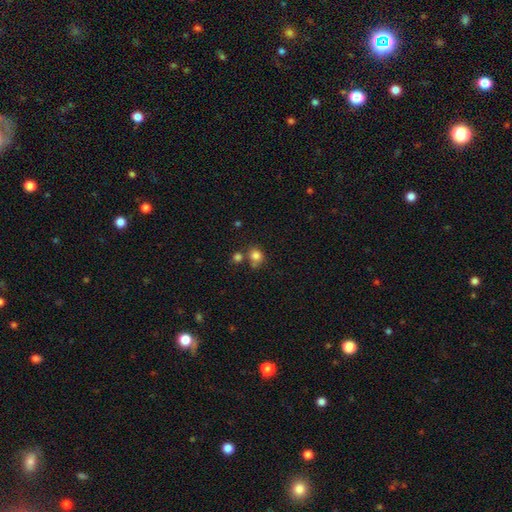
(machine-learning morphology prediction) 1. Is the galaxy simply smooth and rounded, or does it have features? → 82% smooth, 12% star or artifact, 7% featured or disk.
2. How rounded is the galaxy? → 78% round, 21% in between, 1% cigar-shaped.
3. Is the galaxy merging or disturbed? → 57% none, 24% merger, 14% minor disturbance, 6% major disturbance.